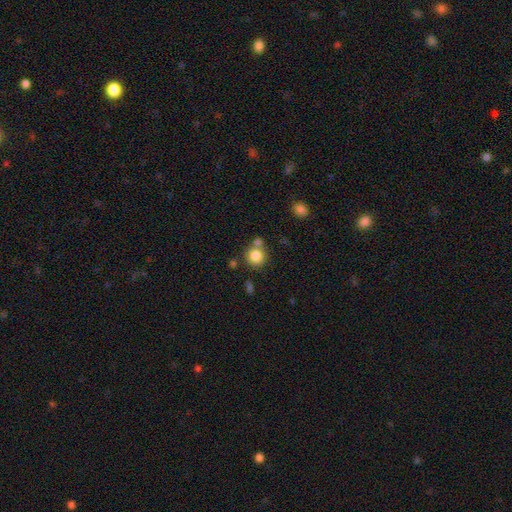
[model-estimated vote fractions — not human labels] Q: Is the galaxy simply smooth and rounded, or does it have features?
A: smooth — 83%.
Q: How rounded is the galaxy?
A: round — 89%.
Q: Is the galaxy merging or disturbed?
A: none — 62%.